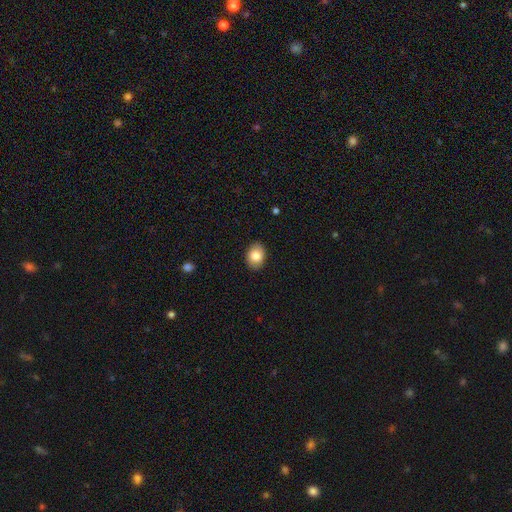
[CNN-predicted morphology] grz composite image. It shows a smooth galaxy with no disk features (83%) that is in between round and cigar-shaped (70%). Merging: none (88%).